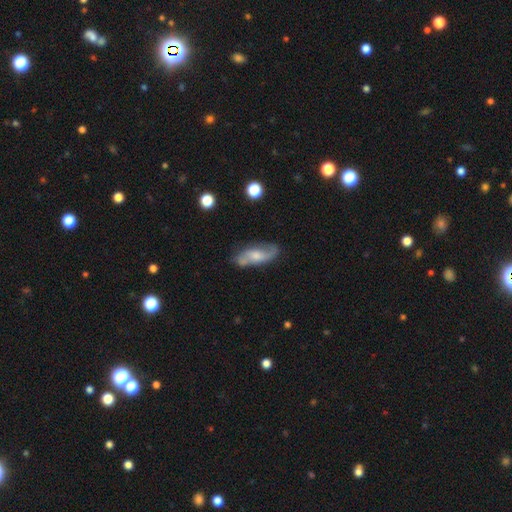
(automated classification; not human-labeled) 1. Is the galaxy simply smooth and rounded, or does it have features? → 59% featured or disk, 34% smooth, 7% star or artifact.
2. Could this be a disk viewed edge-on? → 86% no, 14% yes.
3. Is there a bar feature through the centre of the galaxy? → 57% no, 35% weak, 8% strong.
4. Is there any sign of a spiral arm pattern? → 85% yes, 15% no.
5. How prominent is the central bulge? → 48% moderate, 34% small, 9% large, 8% none, 2% dominant.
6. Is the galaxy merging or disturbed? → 66% none, 22% minor disturbance, 8% major disturbance, 5% merger.